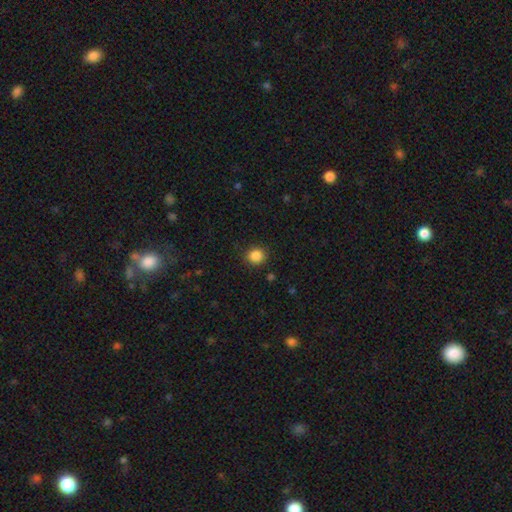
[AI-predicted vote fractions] smooth-or-featured: smooth: 86% | star or artifact: 11% | featured or disk: 3%
  how-rounded: round: 87% | in between: 12% | cigar-shaped: 1%
  merging: none: 89% | minor disturbance: 7% | major disturbance: 2% | merger: 1%